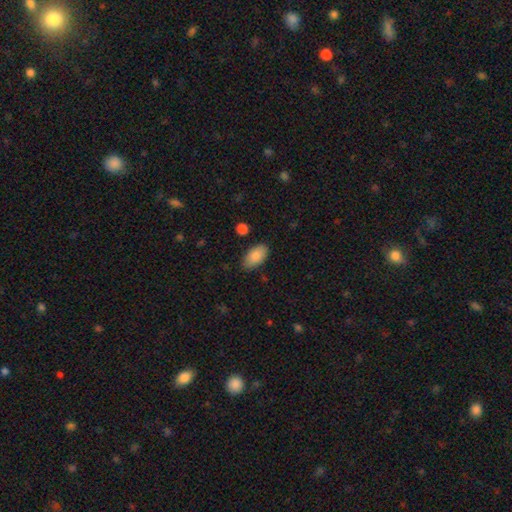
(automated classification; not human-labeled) Smooth or featured: smooth — 87% (star or artifact — 7%)
How rounded: in between — 94% (round — 3%)
Merging: none — 82% (minor disturbance — 13%)